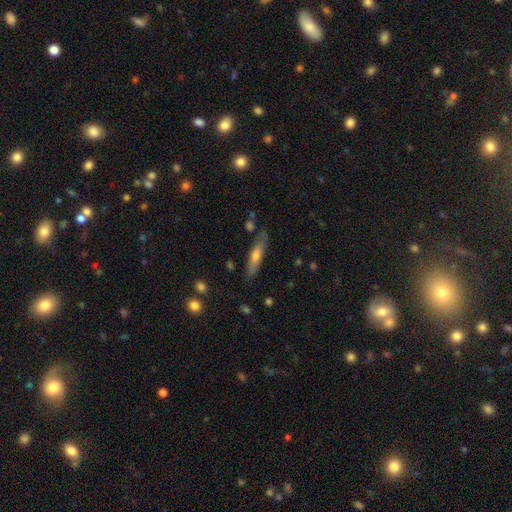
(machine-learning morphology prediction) smooth_or_featured: smooth (p=0.57) [alt: featured or disk p=0.37]
how_rounded: cigar-shaped (p=0.78) [alt: in between p=0.21]
merging: none (p=0.79) [alt: minor disturbance p=0.15]